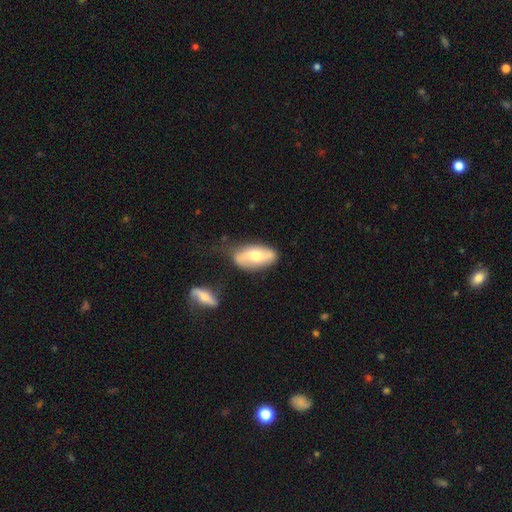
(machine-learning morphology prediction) A featured or disk galaxy (49%).

Vote fractions:
- Smooth or featured? featured or disk: 49% / smooth: 45% / star or artifact: 6%
- Merging? none: 64% / minor disturbance: 23% / major disturbance: 7% / merger: 6%